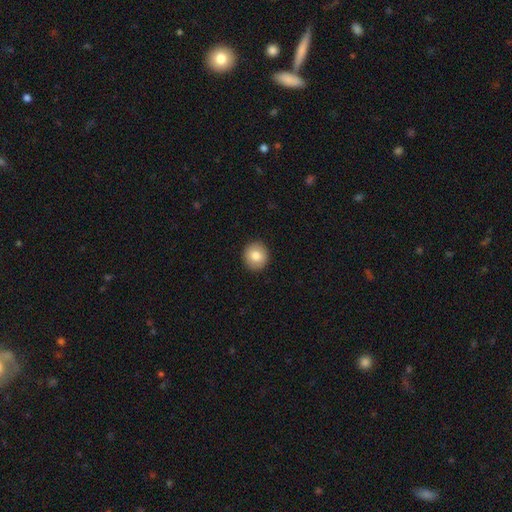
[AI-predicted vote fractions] A smooth galaxy with no disk features (83%) that is round (91%).

Vote fractions:
- Smooth or featured? smooth: 83% / featured or disk: 9% / star or artifact: 8%
- How rounded? round: 91% / in between: 8% / cigar-shaped: 1%
- Merging? none: 92% / minor disturbance: 5% / major disturbance: 2% / merger: 1%